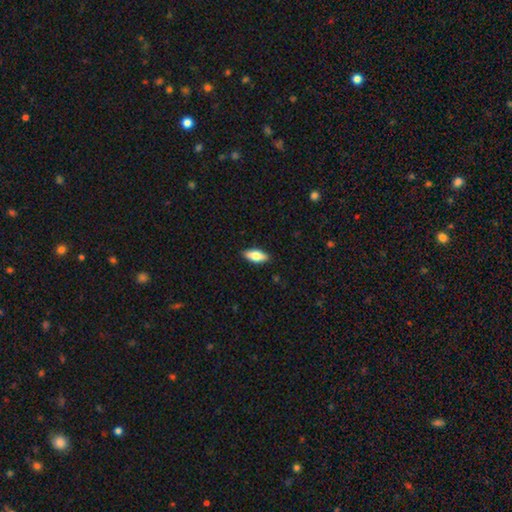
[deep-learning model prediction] smooth-or-featured: smooth: 77% | featured or disk: 17% | star or artifact: 6%
  how-rounded: in between: 82% | cigar-shaped: 16% | round: 2%
  merging: none: 89% | minor disturbance: 8% | major disturbance: 2% | merger: 1%